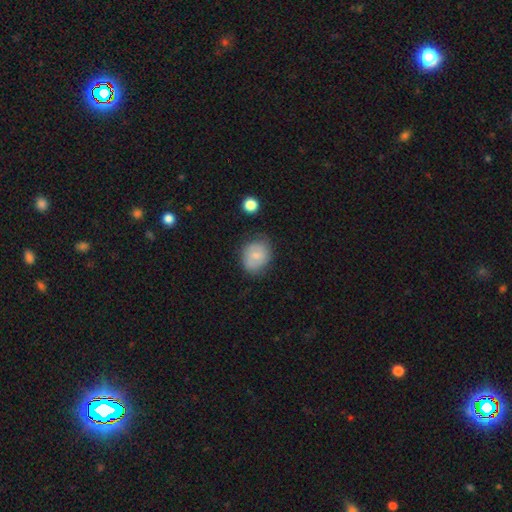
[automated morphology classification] A smooth galaxy with no disk features (67%) that is round (65%). Merging: none (66%).